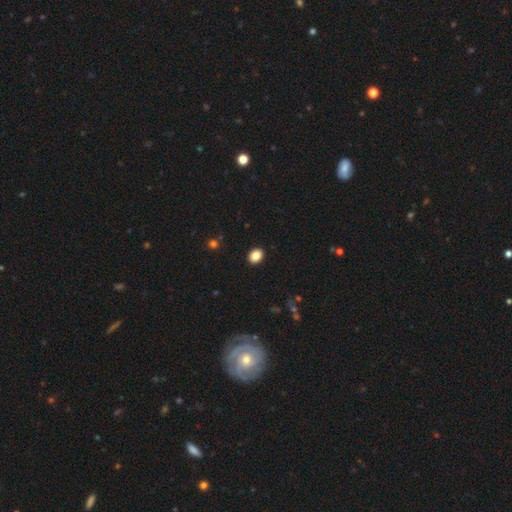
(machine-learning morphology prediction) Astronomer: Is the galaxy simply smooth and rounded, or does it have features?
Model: smooth — 85%.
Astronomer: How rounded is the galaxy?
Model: in between — 57% (runner-up: round, 42%).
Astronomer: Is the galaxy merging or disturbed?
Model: none — 92%.